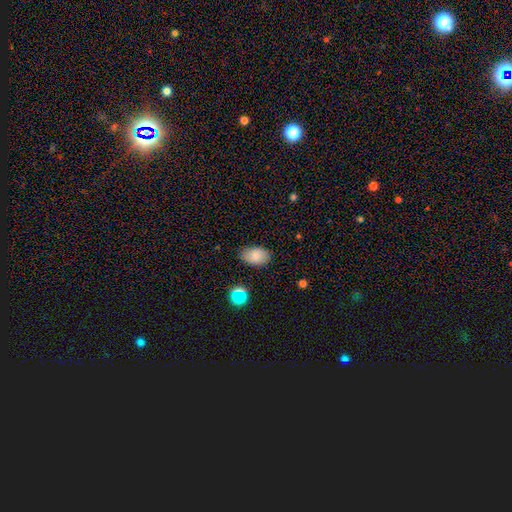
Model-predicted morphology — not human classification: The model was most divided on "merging": none: 81%, minor disturbance: 15%, major disturbance: 3%, merger: 2%. More confident: how rounded — in between (90%); smooth or featured — smooth (83%).